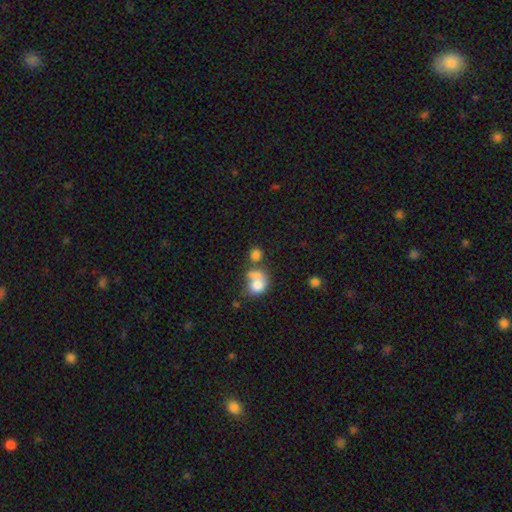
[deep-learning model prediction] Smooth or featured: smooth — 72% (featured or disk — 15%)
How rounded: round — 65% (in between — 33%)
Merging: merger — 49% (none — 33%)